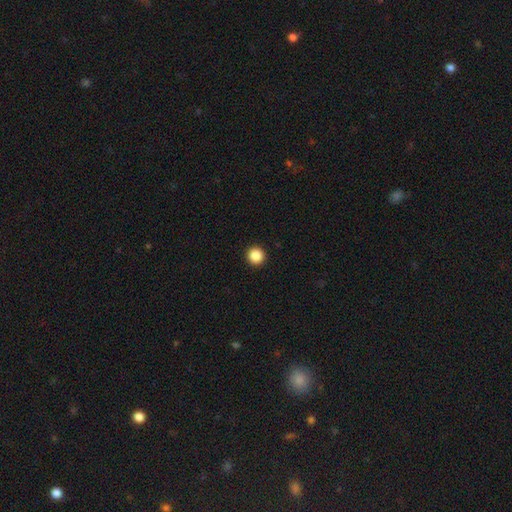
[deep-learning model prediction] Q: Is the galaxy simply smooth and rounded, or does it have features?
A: smooth — 87%.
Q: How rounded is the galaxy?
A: round — 96%.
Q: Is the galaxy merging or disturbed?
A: none — 94%.